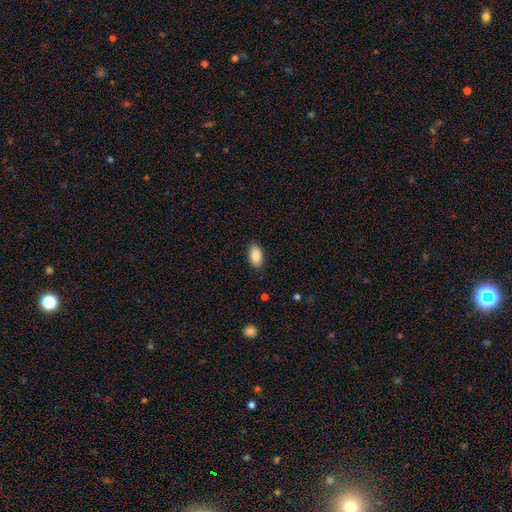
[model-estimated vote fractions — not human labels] Q: Smooth or featured?
A: smooth (88%); runner-up: star or artifact (7%)
Q: How rounded?
A: in between (94%); runner-up: round (4%)
Q: Merging?
A: none (88%); runner-up: minor disturbance (9%)